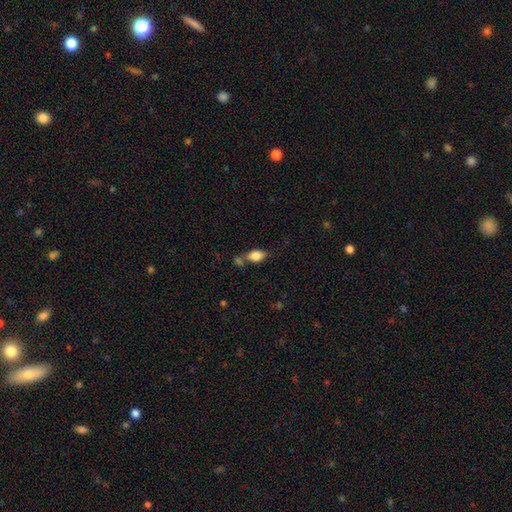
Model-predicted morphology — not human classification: The model was most divided on "merging": none: 49%, merger: 28%, minor disturbance: 16%, major disturbance: 6%. More confident: how rounded — in between (84%); smooth or featured — smooth (82%).